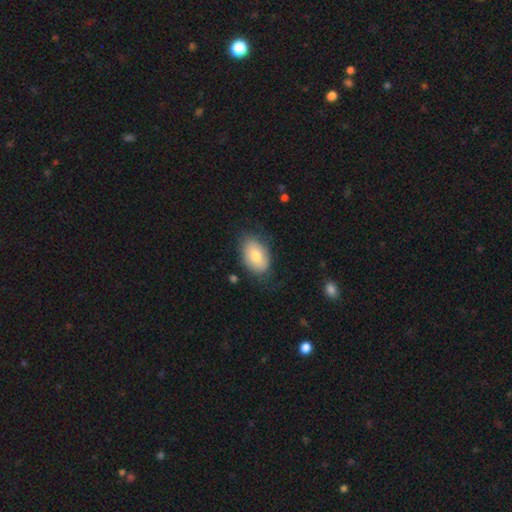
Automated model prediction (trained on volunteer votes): Smooth or featured? Predicted: smooth (p=0.75). How rounded? Predicted: in between (p=0.87). Merging? Predicted: none (p=0.75).